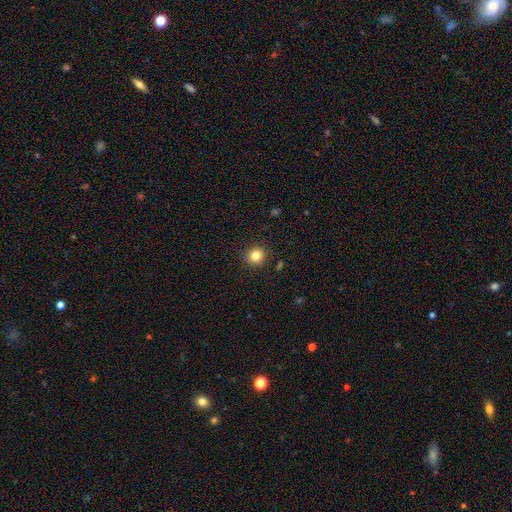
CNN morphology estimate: Smooth or featured? Predicted: smooth (p=0.83). How rounded? Predicted: round (p=0.92). Merging? Predicted: none (p=0.91).